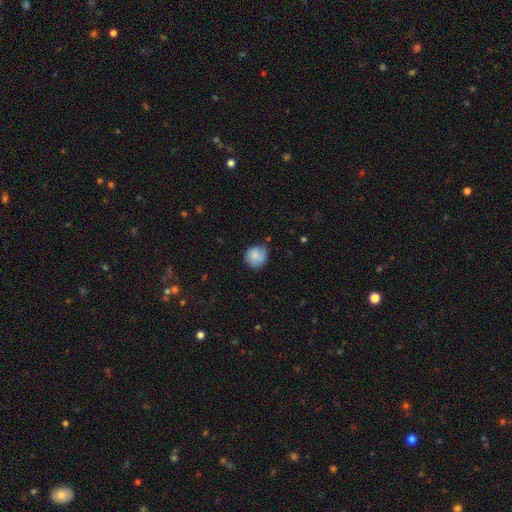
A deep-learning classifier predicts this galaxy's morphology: This is likely a smooth galaxy (79%). How rounded: clearly round (86%). Merging: likely none (70%).